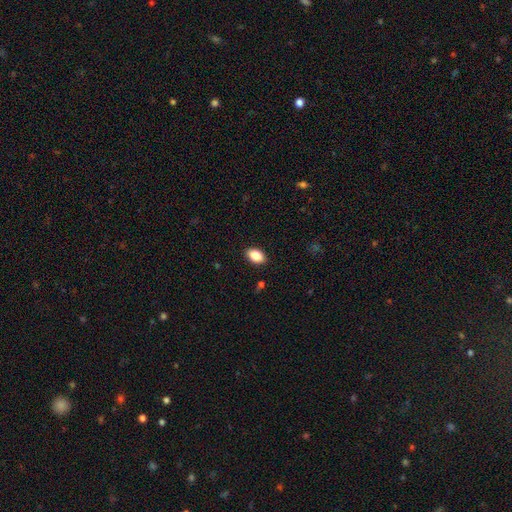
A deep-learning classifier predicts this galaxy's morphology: A smooth galaxy with no disk features (86%) that is in between round and cigar-shaped (90%). Merging: none (89%).